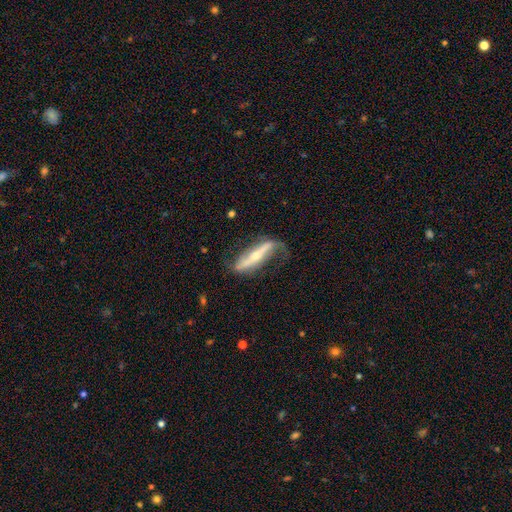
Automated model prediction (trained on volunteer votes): Q: Smooth or featured?
A: featured or disk (77%); runner-up: smooth (18%)
Q: Edge-on disk?
A: no (57%); runner-up: yes (43%)
Q: Merging?
A: none (54%); runner-up: minor disturbance (25%)